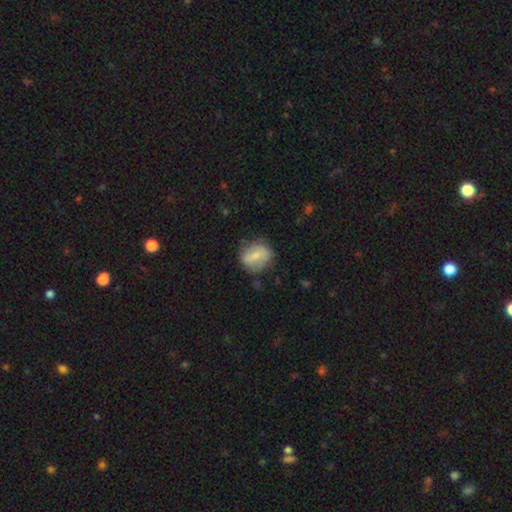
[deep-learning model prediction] Overall: smooth (57%; featured or disk 36%). How rounded: round (59%; in between 39%). Merging: none (65%).